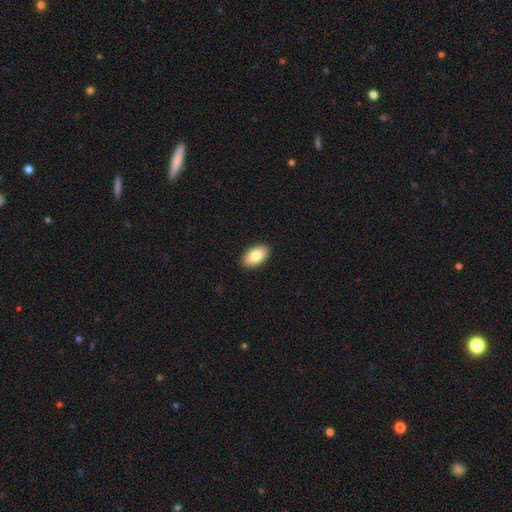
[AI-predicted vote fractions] A smooth galaxy with no disk features (81%) that is in between round and cigar-shaped (94%).

Vote fractions:
- Smooth or featured? smooth: 81% / featured or disk: 12% / star or artifact: 7%
- How rounded? in between: 94% / round: 4% / cigar-shaped: 2%
- Merging? none: 91% / minor disturbance: 7% / major disturbance: 2% / merger: 1%